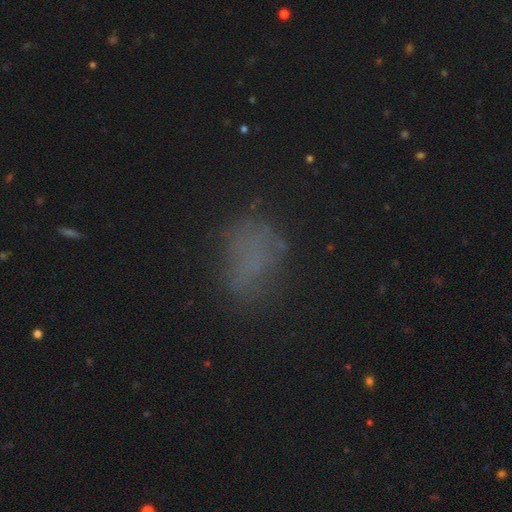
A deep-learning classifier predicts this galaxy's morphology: type=smooth (57%); roundness=in between (70%); merging=none (63%).